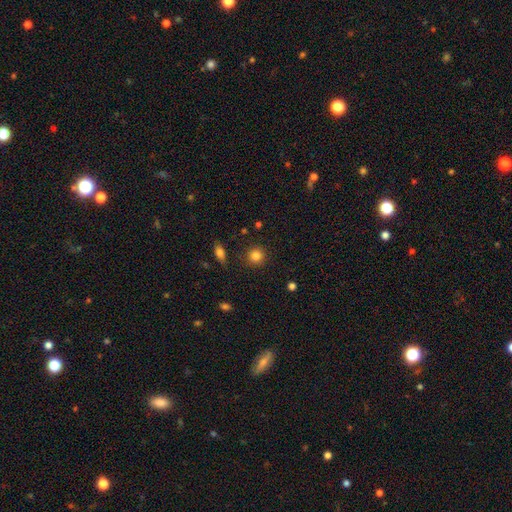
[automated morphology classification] type=smooth (84%); roundness=round (91%); merging=none (89%).